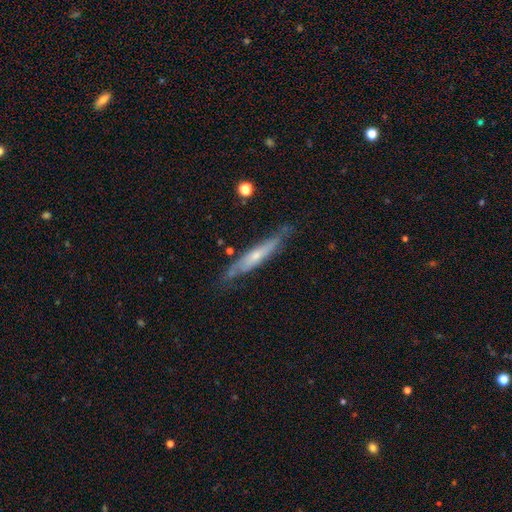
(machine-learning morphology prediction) Q: Smooth or featured?
A: featured or disk (63%); runner-up: smooth (31%)
Q: Edge-on disk?
A: yes (74%); runner-up: no (26%)
Q: Merging?
A: none (72%); runner-up: minor disturbance (21%)